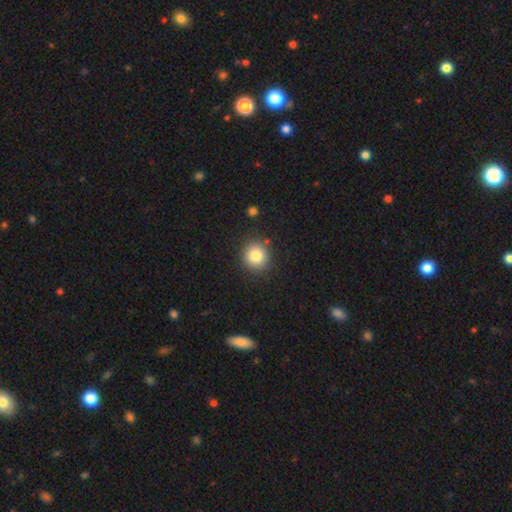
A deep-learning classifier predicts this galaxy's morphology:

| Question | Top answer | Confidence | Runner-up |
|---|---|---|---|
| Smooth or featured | smooth | 83% | star or artifact (11%) |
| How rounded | round | 91% | in between (9%) |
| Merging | none | 88% | minor disturbance (7%) |